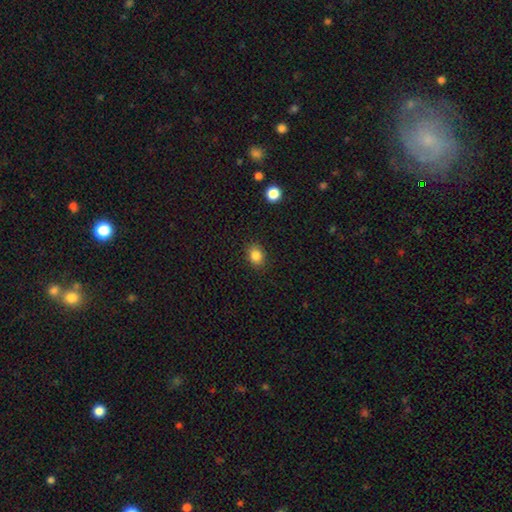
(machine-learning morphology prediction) Smooth or featured: smooth — 85% (star or artifact — 11%)
How rounded: in between — 51% (round — 48%)
Merging: none — 86% (minor disturbance — 10%)